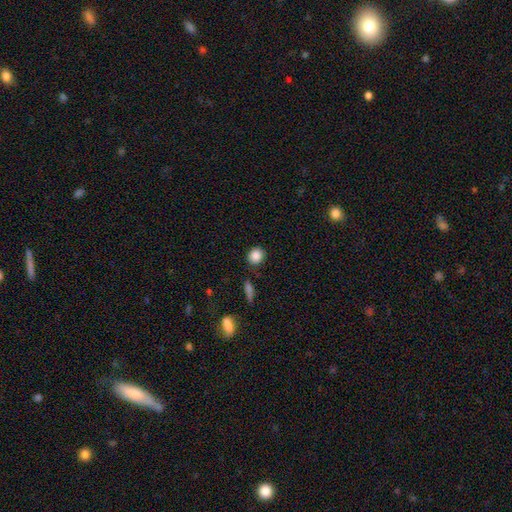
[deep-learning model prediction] Smooth or featured? smooth (86%)
How rounded? round (78%)
Merging? none (85%)